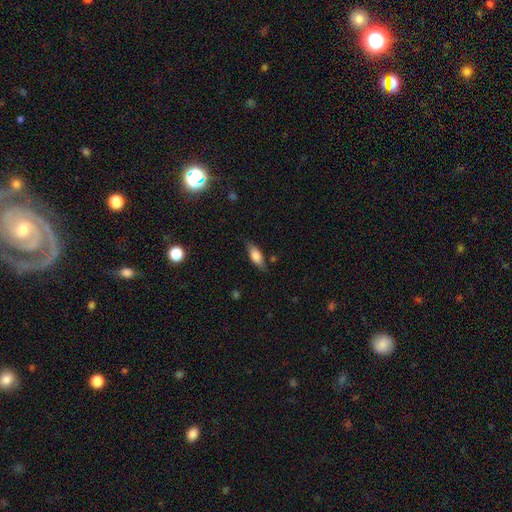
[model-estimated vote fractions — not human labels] Smooth or featured?
  - smooth: 75% *
  - featured or disk: 18%
  - star or artifact: 7%
How rounded?
  - in between: 76% *
  - cigar-shaped: 21%
  - round: 3%
Merging?
  - none: 76% *
  - minor disturbance: 18%
  - major disturbance: 4%
  - merger: 2%